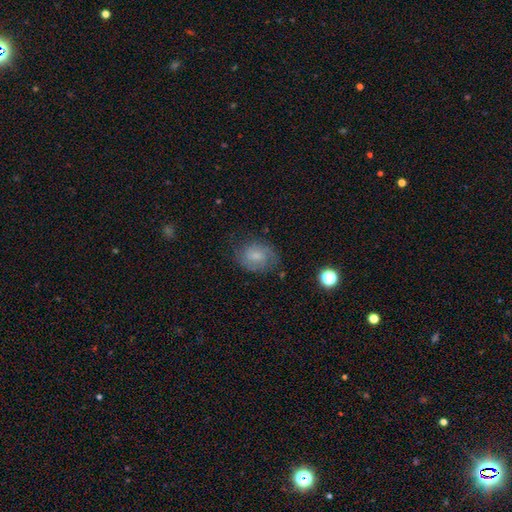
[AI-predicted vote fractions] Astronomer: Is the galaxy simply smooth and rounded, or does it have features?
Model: smooth — 46% (runner-up: featured or disk, 44%).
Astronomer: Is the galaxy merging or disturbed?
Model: none — 66%.